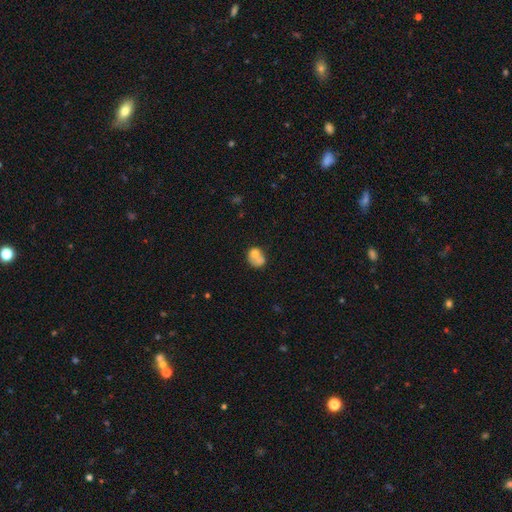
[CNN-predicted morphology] smooth_or_featured: smooth (p=0.70) [alt: featured or disk p=0.21]
how_rounded: round (p=0.57) [alt: in between p=0.42]
merging: merger (p=0.55) [alt: none p=0.26]